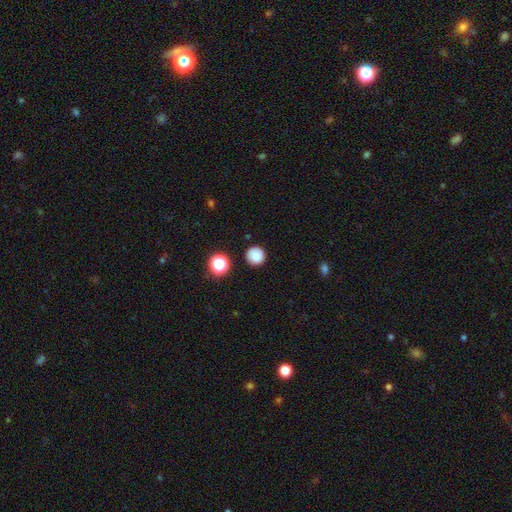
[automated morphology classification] smooth_or_featured: smooth (p=0.83) [alt: star or artifact p=0.11]
how_rounded: round (p=0.95) [alt: in between p=0.04]
merging: none (p=0.88) [alt: minor disturbance p=0.08]